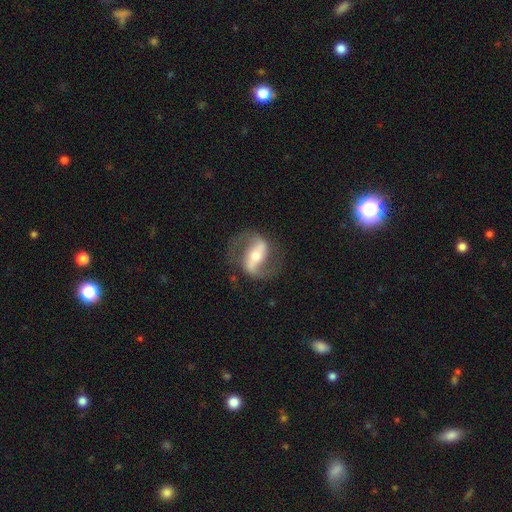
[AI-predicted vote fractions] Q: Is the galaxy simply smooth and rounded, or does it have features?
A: featured or disk — 87%.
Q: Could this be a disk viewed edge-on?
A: no — 95%.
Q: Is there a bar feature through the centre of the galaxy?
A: strong — 61%.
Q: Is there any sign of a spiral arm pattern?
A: yes — 94%.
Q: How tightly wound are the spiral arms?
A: medium — 48%.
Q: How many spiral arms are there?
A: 2 — 93%.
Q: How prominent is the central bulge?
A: moderate — 55%.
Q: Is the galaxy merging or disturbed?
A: none — 77%.